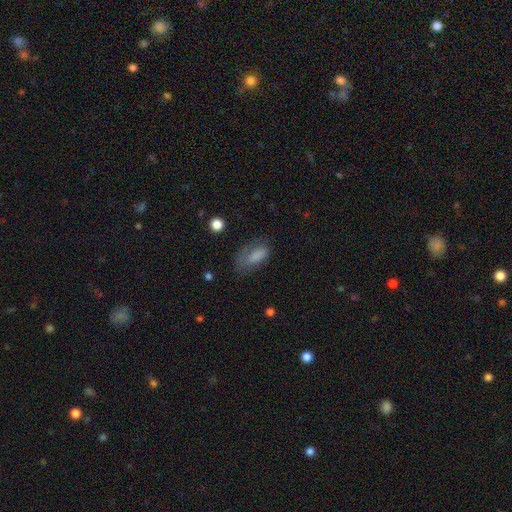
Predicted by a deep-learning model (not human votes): This is likely a smooth galaxy (77%). How rounded: clearly in between (88%). Merging: possibly none (47%).